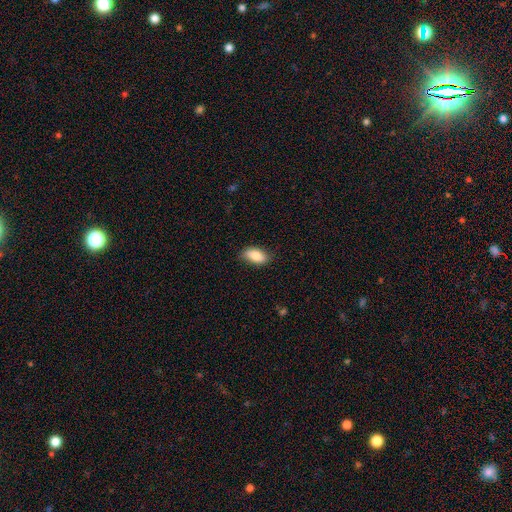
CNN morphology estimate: This appears to be a smooth galaxy with no disk features (85%) that is in between round and cigar-shaped (93%). Merging: none (80%).